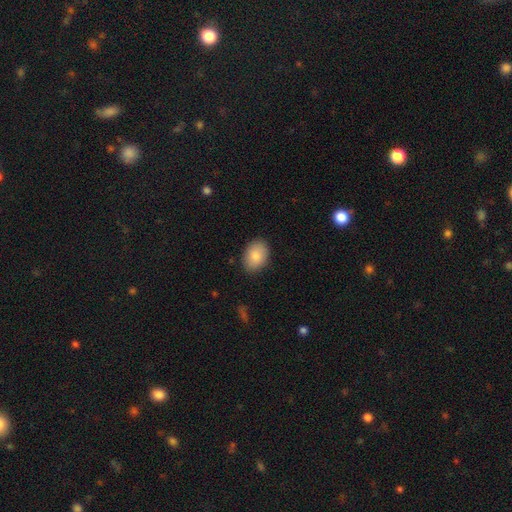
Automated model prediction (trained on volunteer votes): A smooth galaxy with no disk features (84%) that is in between round and cigar-shaped (78%). Merging: none (87%).